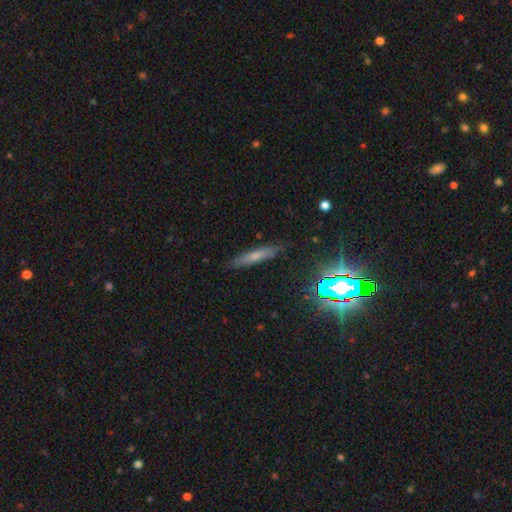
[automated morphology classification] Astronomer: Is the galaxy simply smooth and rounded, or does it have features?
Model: smooth — 53% (runner-up: featured or disk, 33%).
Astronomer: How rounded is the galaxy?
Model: cigar-shaped — 86%.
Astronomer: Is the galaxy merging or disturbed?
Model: none — 84%.